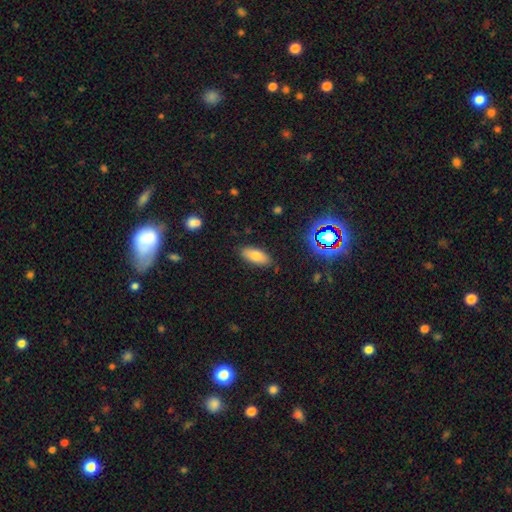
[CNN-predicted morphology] This is likely a smooth galaxy (78%). How rounded: clearly in between (80%). Merging: clearly none (85%).